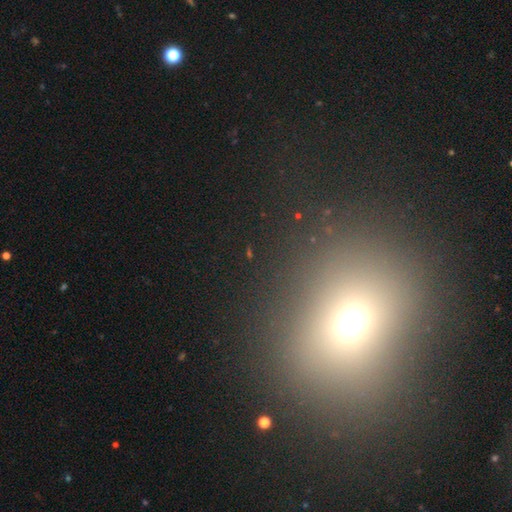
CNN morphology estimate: smooth 56%, star or artifact 32%, featured or disk 11%. Down the decision tree: how rounded — round (75%); merging — none (81%).